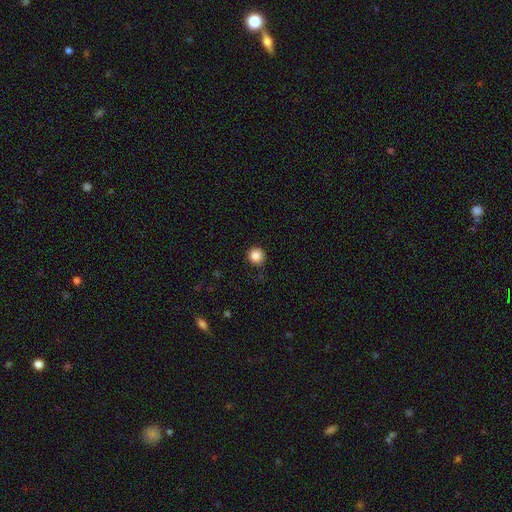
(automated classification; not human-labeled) Q: Smooth or featured?
A: smooth (86%); runner-up: star or artifact (10%)
Q: How rounded?
A: round (93%); runner-up: in between (6%)
Q: Merging?
A: none (83%); runner-up: minor disturbance (13%)